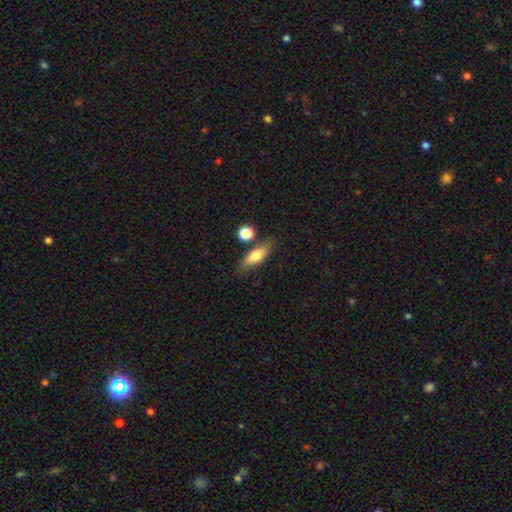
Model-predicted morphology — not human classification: Smooth or featured? Predicted: smooth (p=0.66). How rounded? Predicted: in between (p=0.59). Merging? Predicted: none (p=0.72).